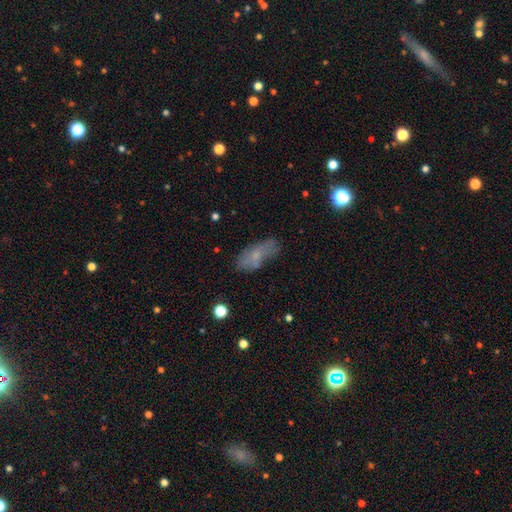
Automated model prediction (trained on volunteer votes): smooth_or_featured: smooth (p=0.59) [alt: featured or disk p=0.30]
how_rounded: in between (p=0.78) [alt: cigar-shaped p=0.18]
merging: none (p=0.59) [alt: minor disturbance p=0.25]